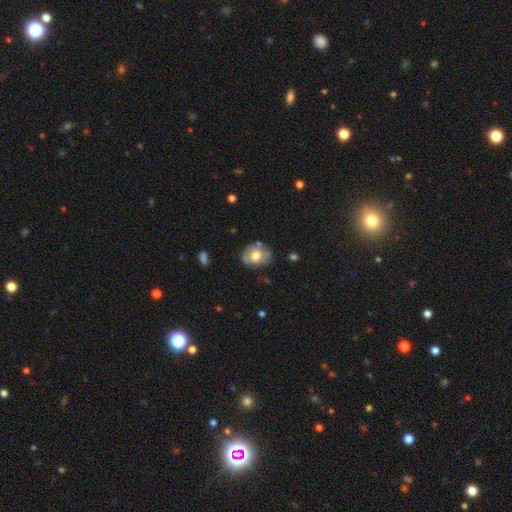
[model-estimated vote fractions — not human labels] A smooth galaxy with no disk features (62%) that is in between round and cigar-shaped (60%).

Vote fractions:
- Smooth or featured? smooth: 62% / featured or disk: 30% / star or artifact: 7%
- How rounded? in between: 60% / round: 39% / cigar-shaped: 1%
- Merging? none: 75% / minor disturbance: 18% / major disturbance: 4% / merger: 3%